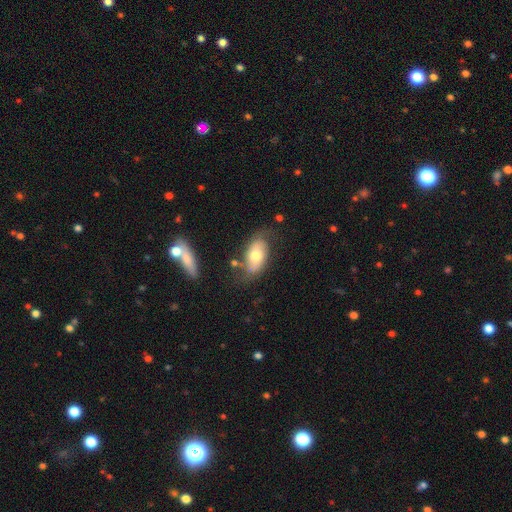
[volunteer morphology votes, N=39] A smooth galaxy with no disk features (49%) that is in between round and cigar-shaped (79%). Merging: none (51%).